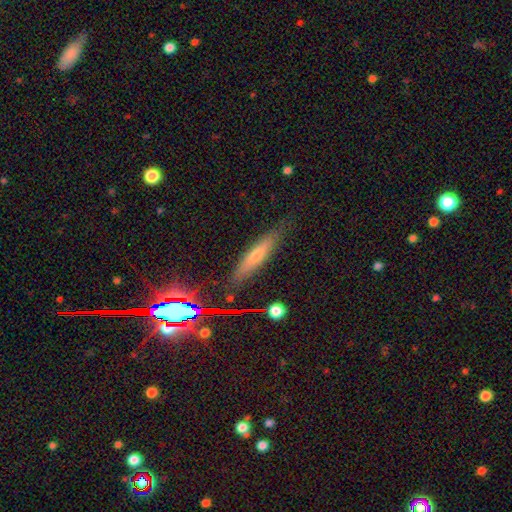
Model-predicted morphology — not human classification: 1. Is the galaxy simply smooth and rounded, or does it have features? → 53% smooth, 35% featured or disk, 13% star or artifact.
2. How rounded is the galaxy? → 83% cigar-shaped, 15% in between, 2% round.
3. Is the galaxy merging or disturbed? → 81% none, 13% minor disturbance, 3% major disturbance, 2% merger.